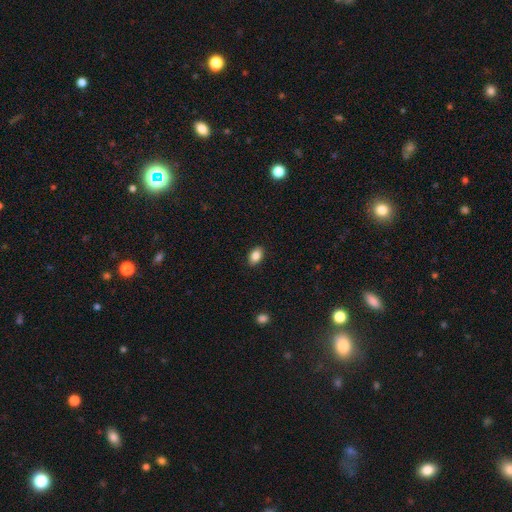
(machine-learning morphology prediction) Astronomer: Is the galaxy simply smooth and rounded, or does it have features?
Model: smooth — 85%.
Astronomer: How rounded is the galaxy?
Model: in between — 87%.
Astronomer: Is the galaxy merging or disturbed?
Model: none — 89%.